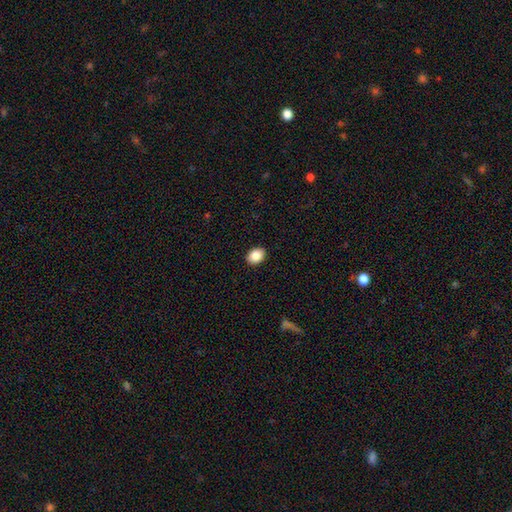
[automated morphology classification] smooth 87%, star or artifact 8%, featured or disk 5%. Down the decision tree: how rounded — in between (67%); merging — none (90%).